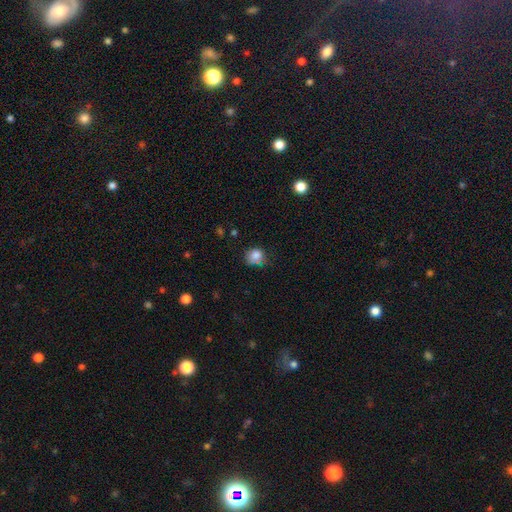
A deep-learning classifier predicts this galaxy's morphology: smooth-or-featured: smooth: 83% | star or artifact: 10% | featured or disk: 7%
  how-rounded: round: 71% | in between: 29% | cigar-shaped: 1%
  merging: none: 55% | minor disturbance: 32% | major disturbance: 9% | merger: 4%